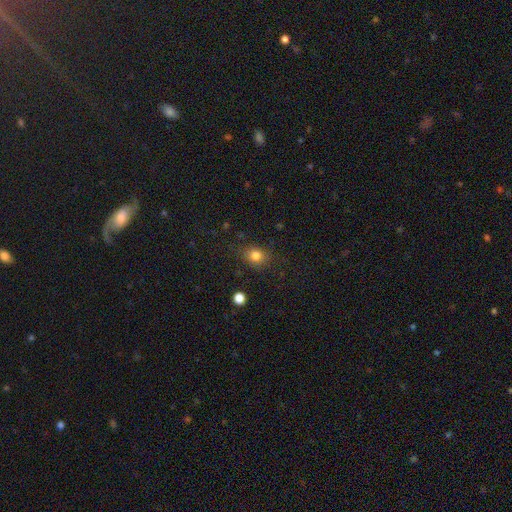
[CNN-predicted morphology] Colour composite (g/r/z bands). It shows a smooth galaxy with no disk features (82%) that is round (66%). Merging: none (82%).